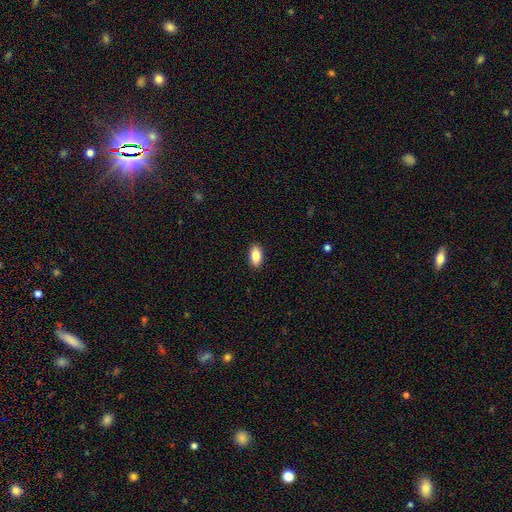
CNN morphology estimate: smooth-or-featured: smooth: 85% | featured or disk: 8% | star or artifact: 7%
  how-rounded: in between: 90% | cigar-shaped: 5% | round: 5%
  merging: none: 90% | minor disturbance: 8% | major disturbance: 2% | merger: 1%